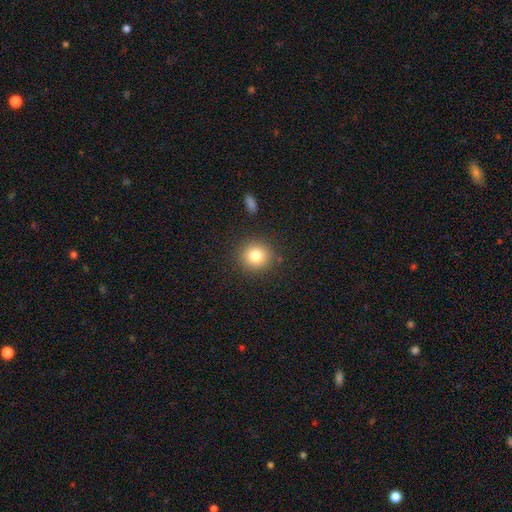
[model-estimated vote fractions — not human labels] This is clearly a smooth galaxy (81%). How rounded: clearly round (89%). Merging: clearly none (88%).